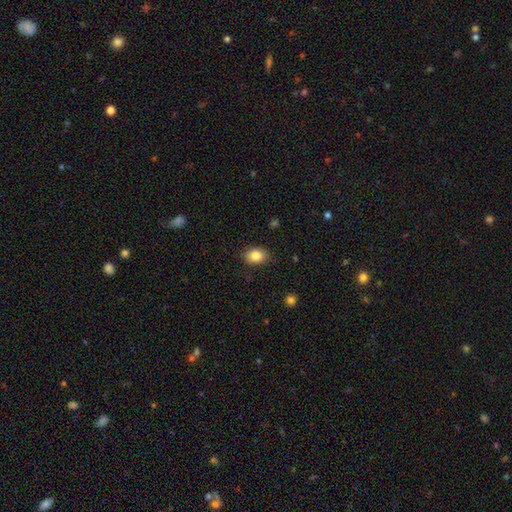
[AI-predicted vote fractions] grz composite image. It shows a smooth galaxy with no disk features (84%) that is in between round and cigar-shaped (72%). Merging: none (84%).